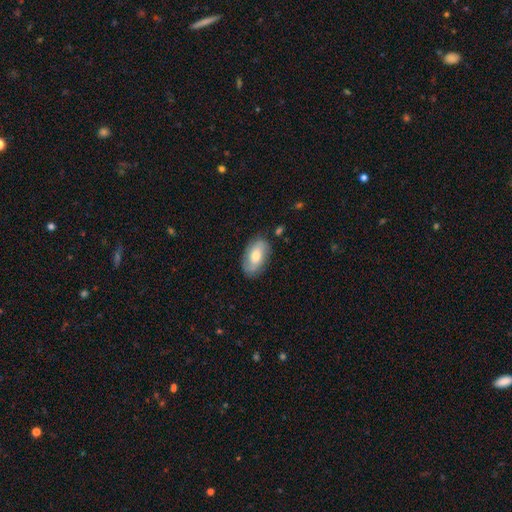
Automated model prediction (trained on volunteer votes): A smooth galaxy with no disk features (61%) that is in between round and cigar-shaped (92%). Merging: none (80%).